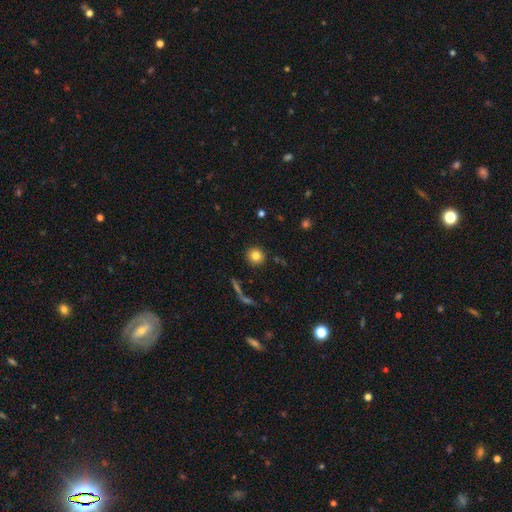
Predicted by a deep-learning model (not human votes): Smooth or featured?
  - smooth: 81% *
  - star or artifact: 11%
  - featured or disk: 8%
How rounded?
  - round: 92% *
  - in between: 6%
  - cigar-shaped: 1%
Merging?
  - none: 90% *
  - minor disturbance: 6%
  - merger: 2%
  - major disturbance: 2%